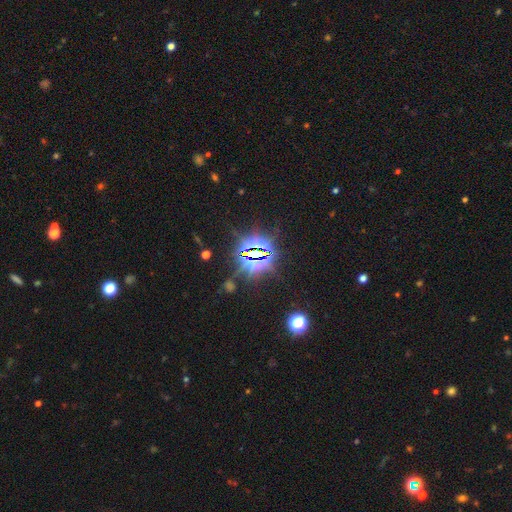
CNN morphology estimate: Smooth or featured? star or artifact (83%)